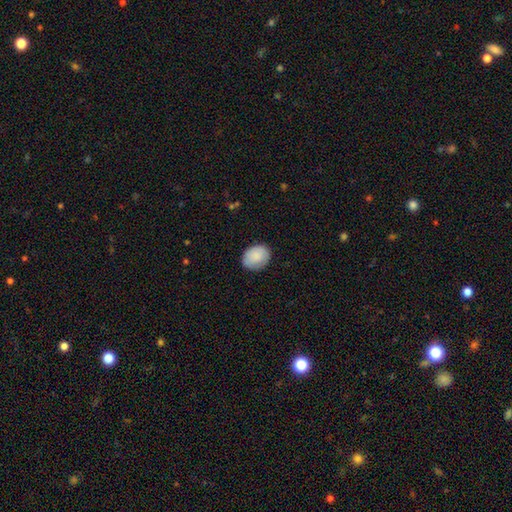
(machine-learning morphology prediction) smooth 86%, featured or disk 8%, star or artifact 6%. Down the decision tree: how rounded — in between (52%); merging — none (81%).